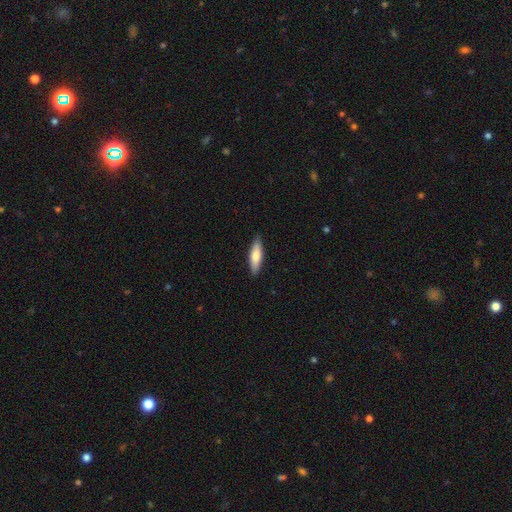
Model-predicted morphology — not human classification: Smooth or featured?
  - smooth: 71% *
  - featured or disk: 24%
  - star or artifact: 5%
How rounded?
  - cigar-shaped: 62% *
  - in between: 36%
  - round: 2%
Merging?
  - none: 89% *
  - minor disturbance: 9%
  - major disturbance: 2%
  - merger: 1%